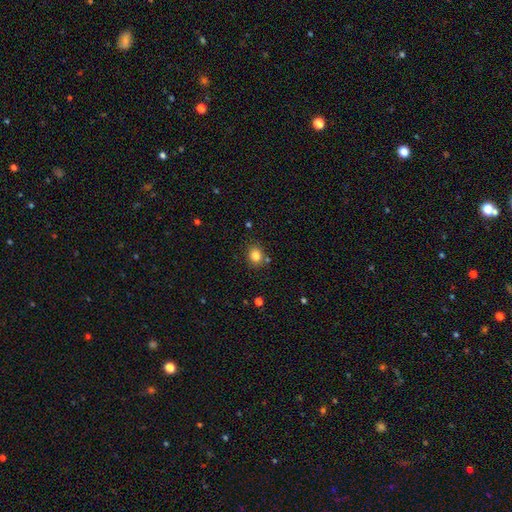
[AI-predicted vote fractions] A smooth galaxy with no disk features (83%) that is round (68%).

Vote fractions:
- Smooth or featured? smooth: 83% / star or artifact: 11% / featured or disk: 6%
- How rounded? round: 68% / in between: 32% / cigar-shaped: 1%
- Merging? none: 79% / minor disturbance: 11% / merger: 6% / major disturbance: 3%